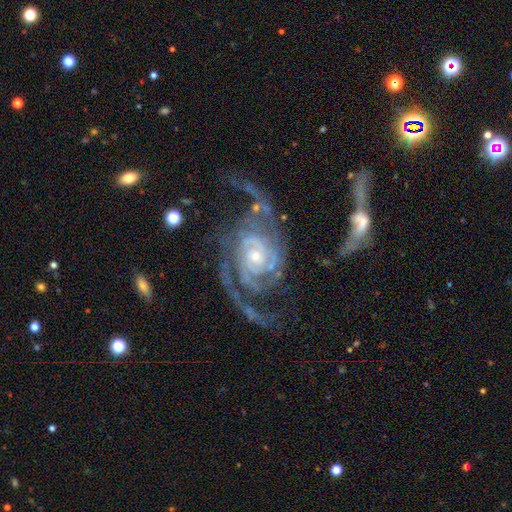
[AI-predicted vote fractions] Overall: featured or disk (93%). Edge-on disk: no (97%). Bar: no (69%). Spiral arms: yes (98%). Spiral arm count: 2 (47%; 3 18%). Spiral winding: tight (52%; medium 36%). Bulge size: small (63%; moderate 32%). Merging: none (51%; major disturbance 26%).